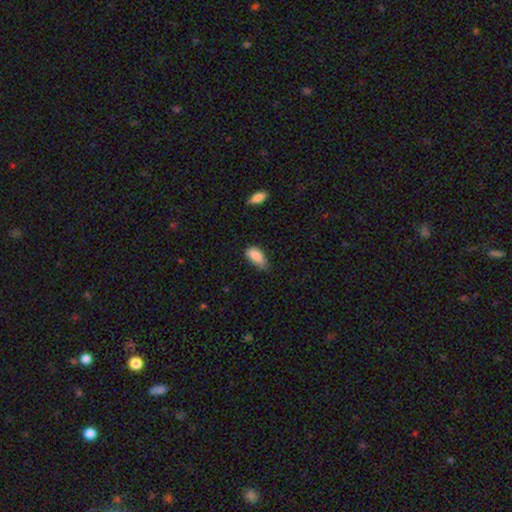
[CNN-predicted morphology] Smooth or featured: smooth — 86% (star or artifact — 7%)
How rounded: in between — 90% (cigar-shaped — 6%)
Merging: none — 45% (tied with minor disturbance — 45%)